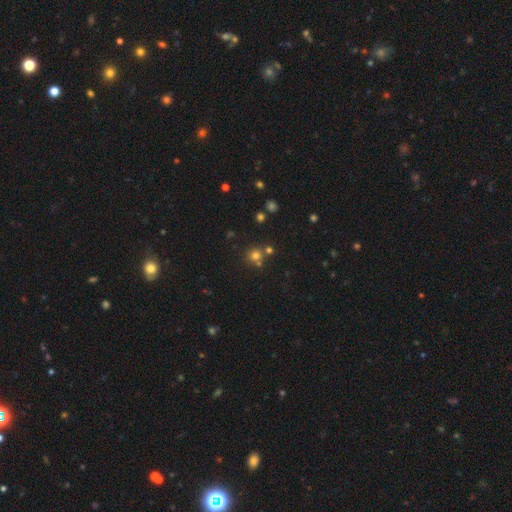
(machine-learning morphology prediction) Overall: smooth (69%). How rounded: round (89%). Merging: none (65%).